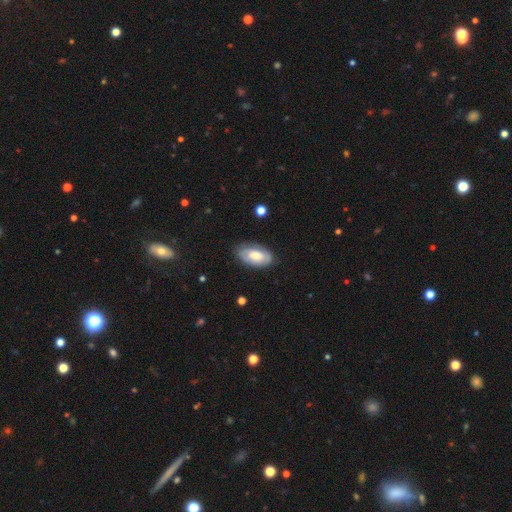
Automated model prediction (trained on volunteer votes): Morphology: type=smooth (50%); merging=none (75%).